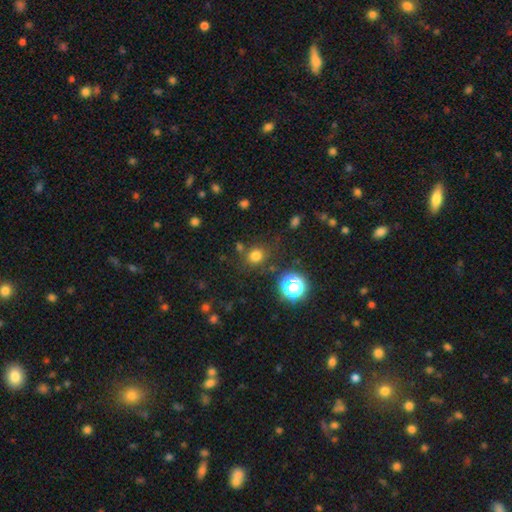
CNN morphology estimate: Q: Smooth or featured?
A: smooth (74%); runner-up: star or artifact (20%)
Q: How rounded?
A: round (84%); runner-up: in between (15%)
Q: Merging?
A: none (79%); runner-up: minor disturbance (11%)